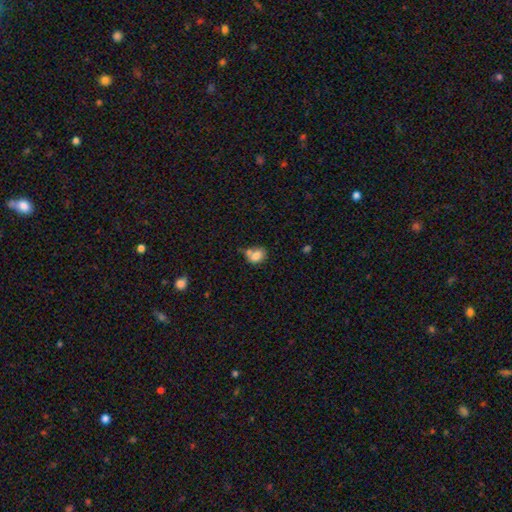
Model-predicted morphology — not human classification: This is likely a smooth galaxy (77%). How rounded: likely in between (66%). Merging: marginally merger (39%).